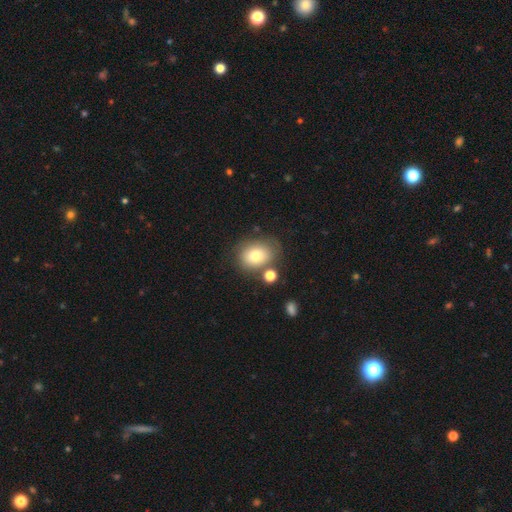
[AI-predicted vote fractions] Smooth or featured? smooth (77%)
How rounded? in between (55%)
Merging? none (65%)